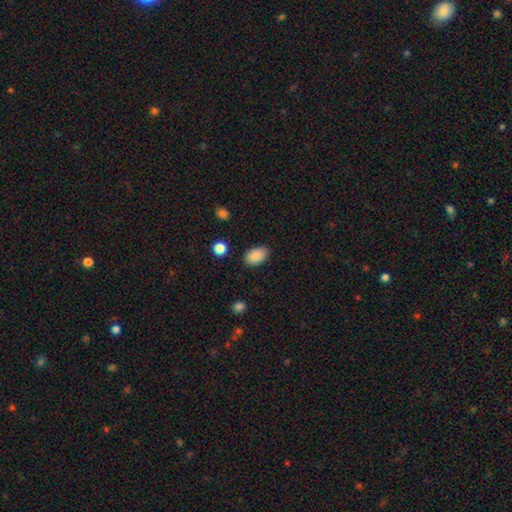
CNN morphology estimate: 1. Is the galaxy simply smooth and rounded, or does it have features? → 89% smooth, 8% star or artifact, 4% featured or disk.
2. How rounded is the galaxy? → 91% in between, 8% round, 1% cigar-shaped.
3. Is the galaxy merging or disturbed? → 86% none, 10% minor disturbance, 3% major disturbance, 1% merger.